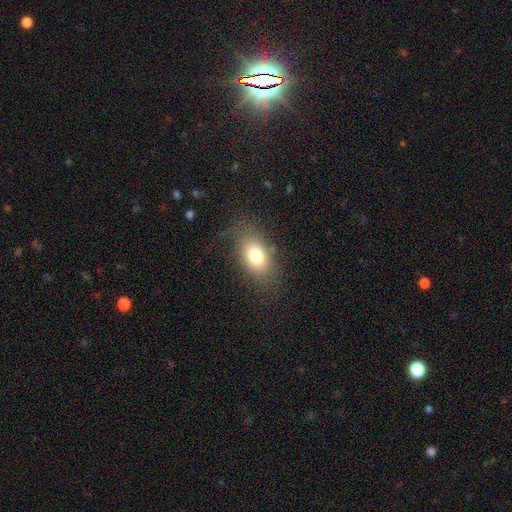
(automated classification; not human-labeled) Overall: smooth (76%). How rounded: in between (84%). Merging: none (75%).